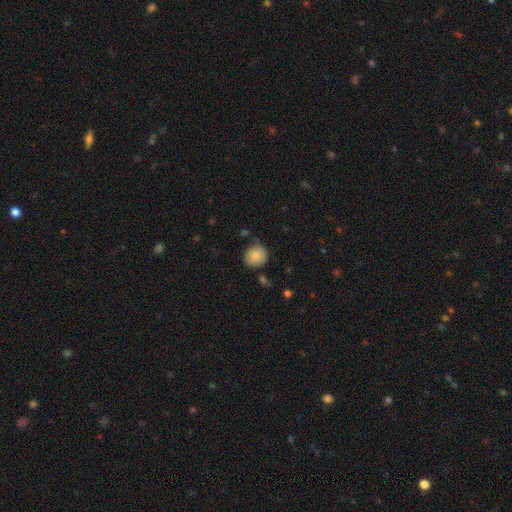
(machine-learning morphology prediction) Overall: smooth (83%). How rounded: round (88%). Merging: none (74%).